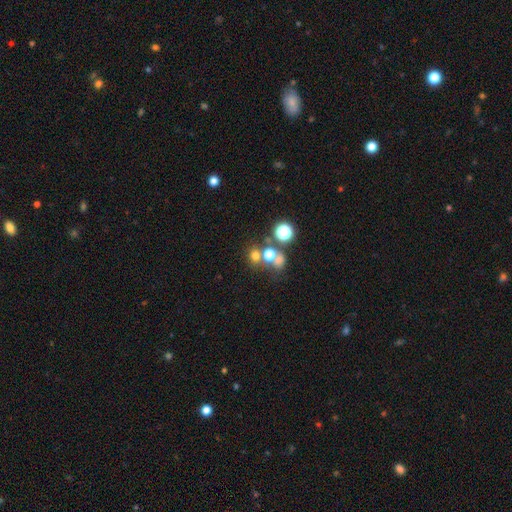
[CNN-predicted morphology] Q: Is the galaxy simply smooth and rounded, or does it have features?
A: smooth — 64%.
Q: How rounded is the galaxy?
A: round — 76%.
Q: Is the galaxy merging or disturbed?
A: none — 53%.